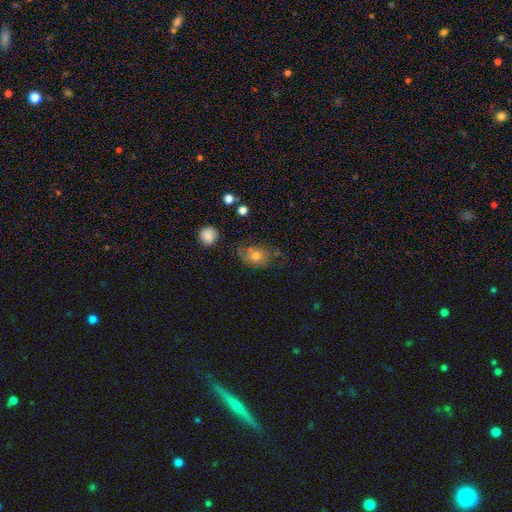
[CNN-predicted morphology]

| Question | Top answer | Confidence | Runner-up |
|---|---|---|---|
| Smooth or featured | smooth | 55% | featured or disk (33%) |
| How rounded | in between | 68% | round (30%) |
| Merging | none | 54% | minor disturbance (28%) |